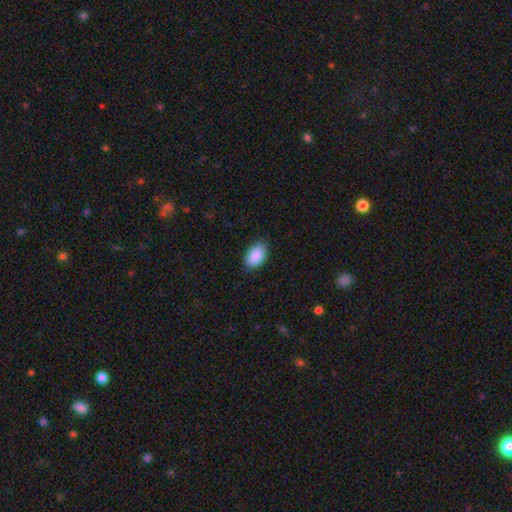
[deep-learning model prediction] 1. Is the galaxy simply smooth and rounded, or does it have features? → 90% smooth, 6% star or artifact, 3% featured or disk.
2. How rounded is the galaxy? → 93% in between, 6% round, 1% cigar-shaped.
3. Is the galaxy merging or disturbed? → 84% none, 13% minor disturbance, 2% major disturbance, 1% merger.